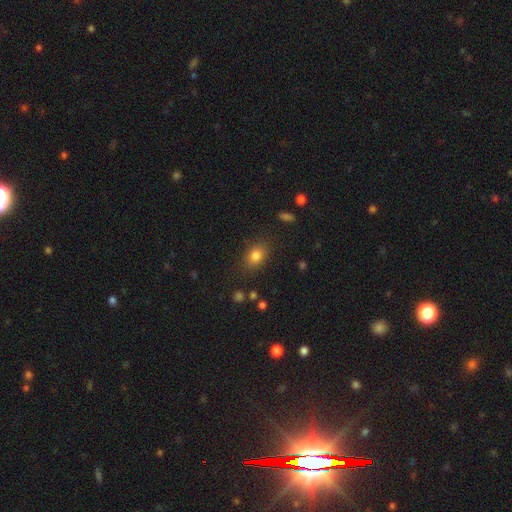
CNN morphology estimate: This is clearly a smooth galaxy (81%). How rounded: likely in between (65%). Merging: clearly none (82%).